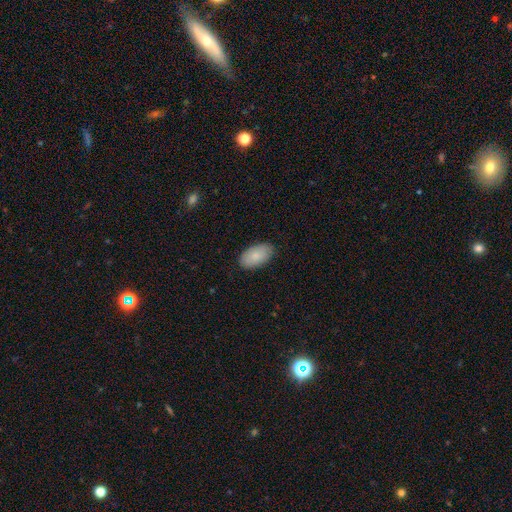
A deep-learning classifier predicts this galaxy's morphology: type=smooth (86%); roundness=in between (95%); merging=none (87%).